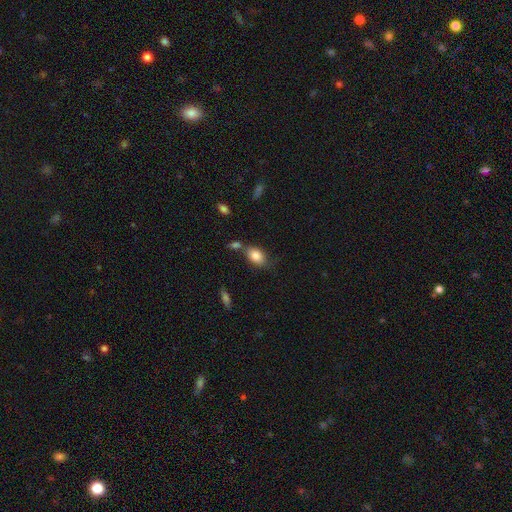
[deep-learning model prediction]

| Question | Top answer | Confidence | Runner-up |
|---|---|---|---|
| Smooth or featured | smooth | 84% | featured or disk (9%) |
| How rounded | in between | 87% | round (12%) |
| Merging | none | 61% | minor disturbance (18%) |